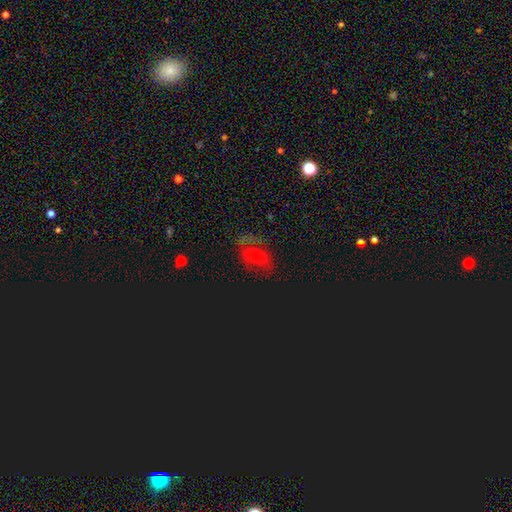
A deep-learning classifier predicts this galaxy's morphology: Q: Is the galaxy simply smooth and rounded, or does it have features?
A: featured or disk — 37%.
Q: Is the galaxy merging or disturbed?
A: none — 67%.